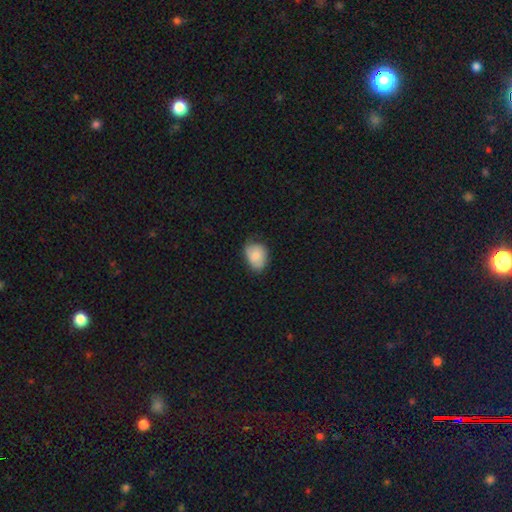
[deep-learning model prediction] Smooth or featured? smooth (72%)
How rounded? in between (63%)
Merging? none (60%)